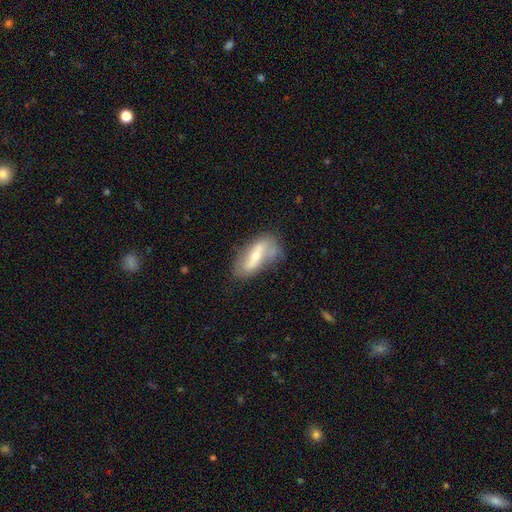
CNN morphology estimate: A featured or disk galaxy (56%). Merging: none (64%).